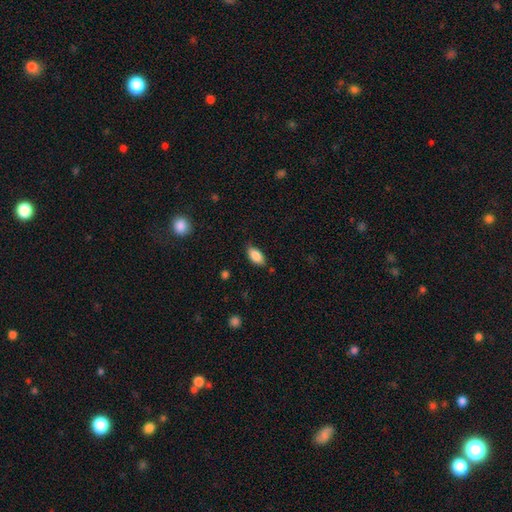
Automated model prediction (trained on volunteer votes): A smooth galaxy with no disk features (86%) that is in between round and cigar-shaped (92%).

Vote fractions:
- Smooth or featured? smooth: 86% / featured or disk: 7% / star or artifact: 7%
- How rounded? in between: 92% / cigar-shaped: 5% / round: 3%
- Merging? none: 79% / minor disturbance: 16% / major disturbance: 3% / merger: 2%